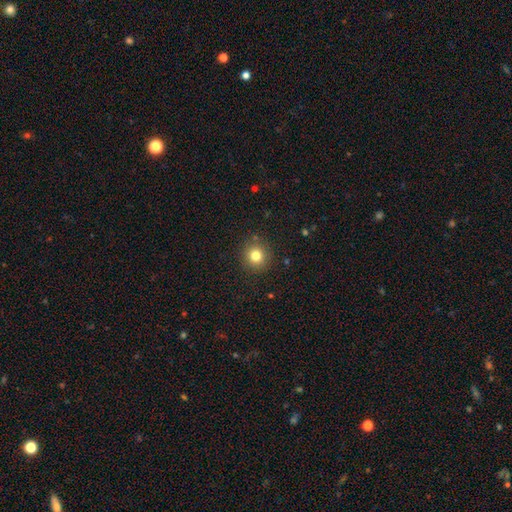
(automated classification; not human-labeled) smooth 80%, star or artifact 13%, featured or disk 8%. Down the decision tree: how rounded — round (92%); merging — none (89%).